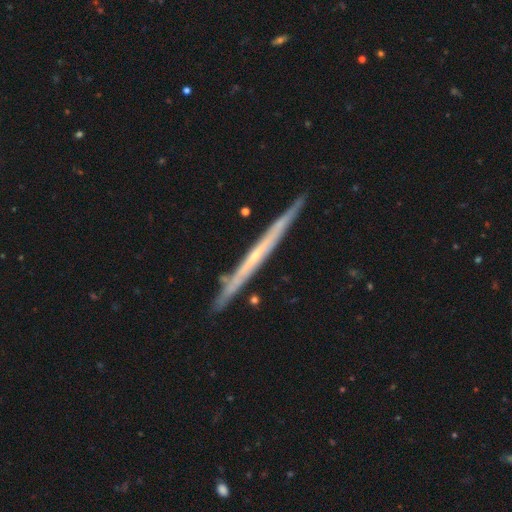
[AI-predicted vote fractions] smooth-or-featured: featured or disk: 72% | smooth: 22% | star or artifact: 6%
  disk-edge-on: yes: 96% | no: 4%
    edge-on-bulge: none: 72% | rounded: 25% | boxy: 3%
  merging: none: 88% | minor disturbance: 9% | merger: 1% | major disturbance: 1%